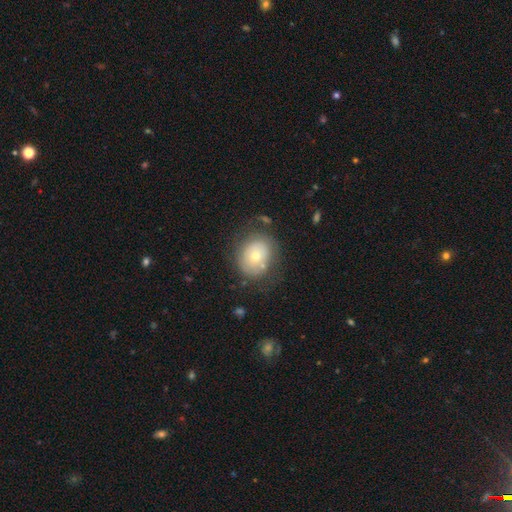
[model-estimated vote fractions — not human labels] Smooth or featured? smooth (61%)
How rounded? round (61%)
Merging? none (65%)